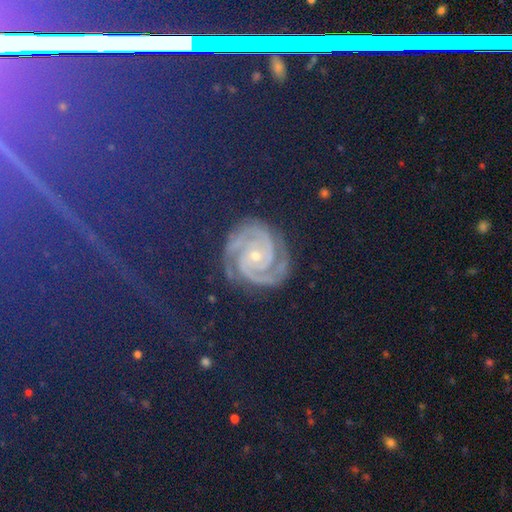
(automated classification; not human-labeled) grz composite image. It shows a featured or disk galaxy (48%). Merging: none (83%).